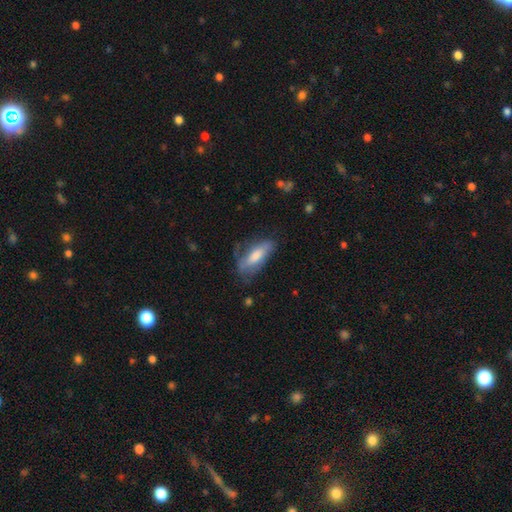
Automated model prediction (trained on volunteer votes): A smooth galaxy with no disk features (57%) that is in between round and cigar-shaped (64%).

Vote fractions:
- Smooth or featured? smooth: 57% / featured or disk: 35% / star or artifact: 7%
- How rounded? in between: 64% / cigar-shaped: 34% / round: 2%
- Merging? none: 53% / minor disturbance: 28% / major disturbance: 16% / merger: 2%